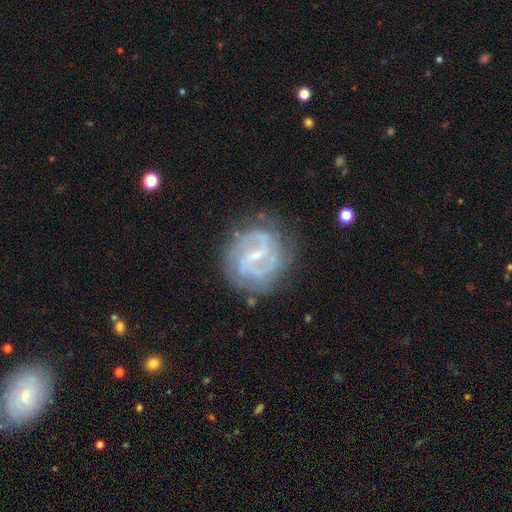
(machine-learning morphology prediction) featured or disk 89%, smooth 6%, star or artifact 6%. Down the decision tree: edge-on disk — no (98%); bar — weak (47%); spiral arms — yes (97%); spiral arm count — 2 (76%); spiral winding — medium (51%); bulge size — small (75%); merging — none (77%).